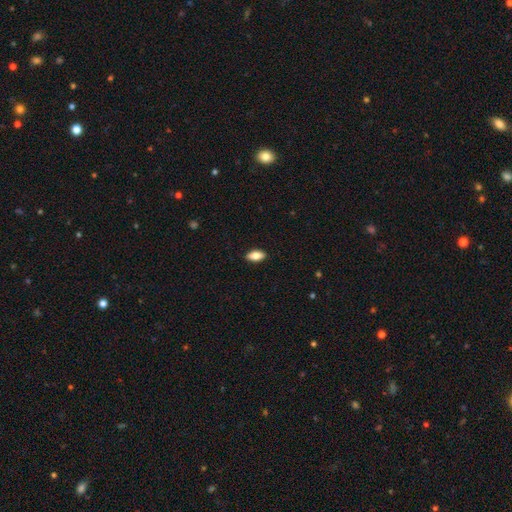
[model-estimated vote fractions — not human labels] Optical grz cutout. It shows a smooth galaxy with no disk features (79%) that is in between round and cigar-shaped (88%). Merging: none (89%).